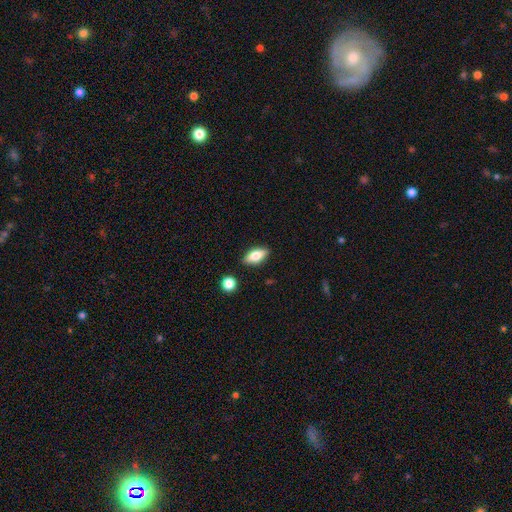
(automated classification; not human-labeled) Q: Smooth or featured?
A: smooth (70%); runner-up: featured or disk (23%)
Q: How rounded?
A: in between (81%); runner-up: cigar-shaped (15%)
Q: Merging?
A: none (86%); runner-up: minor disturbance (9%)